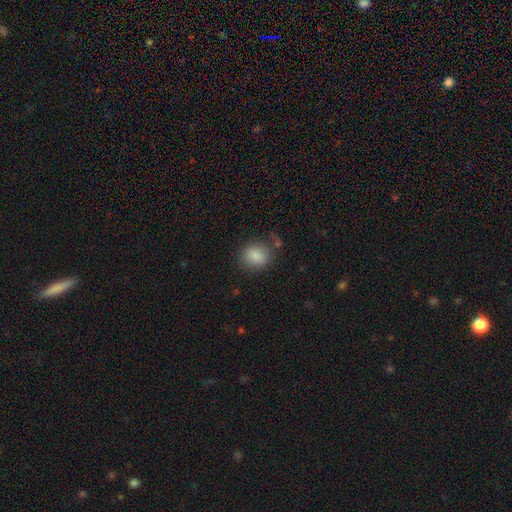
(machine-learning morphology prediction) Overall: smooth (86%). How rounded: round (61%; in between 37%). Merging: none (73%).